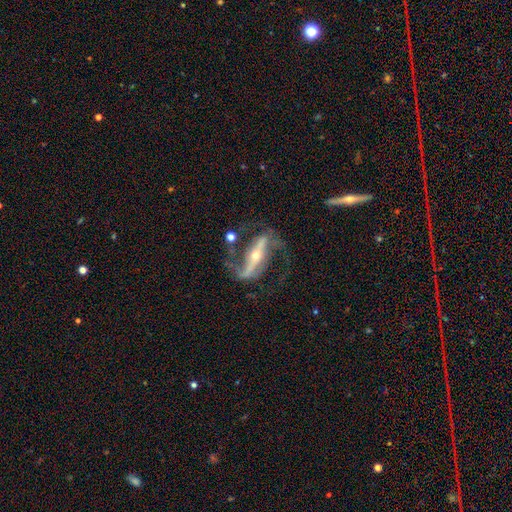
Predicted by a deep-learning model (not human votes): smooth_or_featured: featured or disk (p=0.89) [alt: smooth p=0.06]
disk_edge_on: no (p=0.87) [alt: yes p=0.13]
bar: strong (p=0.73) [alt: weak p=0.15]
has_spiral_arms: yes (p=0.93) [alt: no p=0.07]
spiral_winding: loose (p=0.49) [alt: medium p=0.39]
spiral_arm_count: 2 (p=0.91) [alt: 1 p=0.03]
bulge_size: small (p=0.61) [alt: moderate p=0.35]
merging: none (p=0.65) [alt: major disturbance p=0.16]